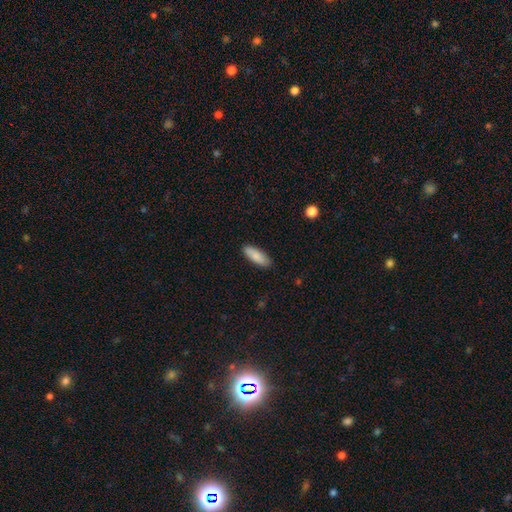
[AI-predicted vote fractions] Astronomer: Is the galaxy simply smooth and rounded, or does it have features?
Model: smooth — 87%.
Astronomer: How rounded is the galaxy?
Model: in between — 71%.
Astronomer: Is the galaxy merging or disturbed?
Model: none — 88%.